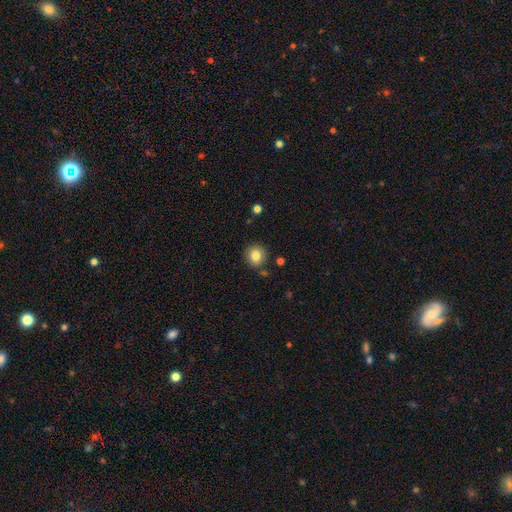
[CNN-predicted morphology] Overall: smooth (83%). How rounded: round (88%). Merging: none (87%).